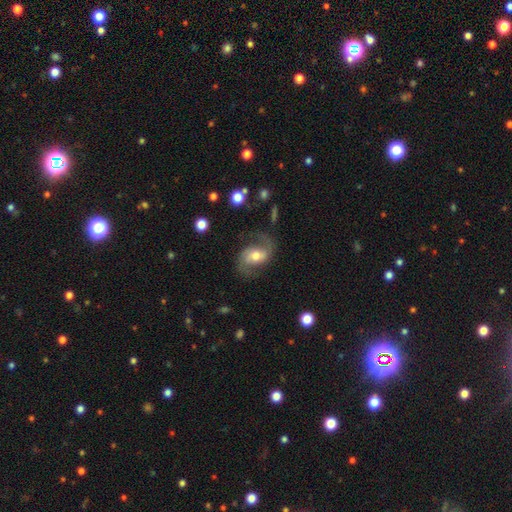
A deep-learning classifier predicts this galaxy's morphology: type=featured or disk (80%); edge-on=no (97%); bar=weak (42%); spiral arms=yes (94%); winding=loose (48%); arm count=2 (90%); bulge=moderate (67%); merging=none (68%).